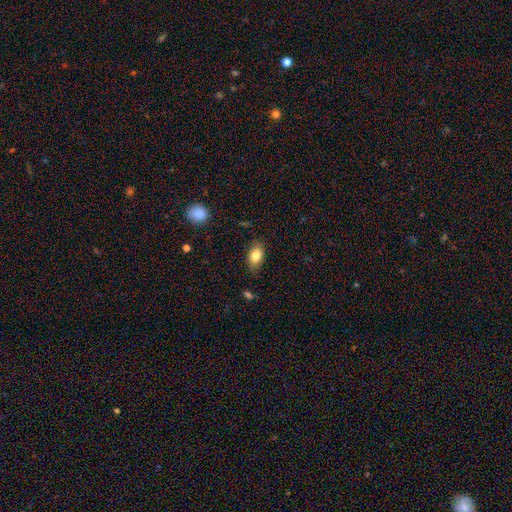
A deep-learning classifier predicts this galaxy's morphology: Q: Smooth or featured?
A: smooth (83%); runner-up: featured or disk (9%)
Q: How rounded?
A: in between (87%); runner-up: round (11%)
Q: Merging?
A: none (81%); runner-up: minor disturbance (14%)